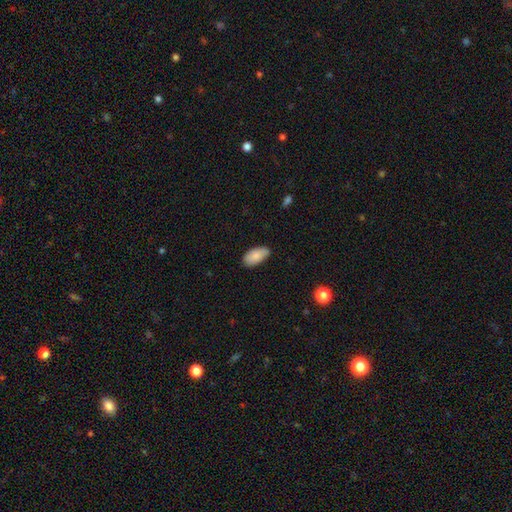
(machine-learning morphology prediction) A smooth galaxy with no disk features (86%) that is in between round and cigar-shaped (95%). Merging: none (84%).